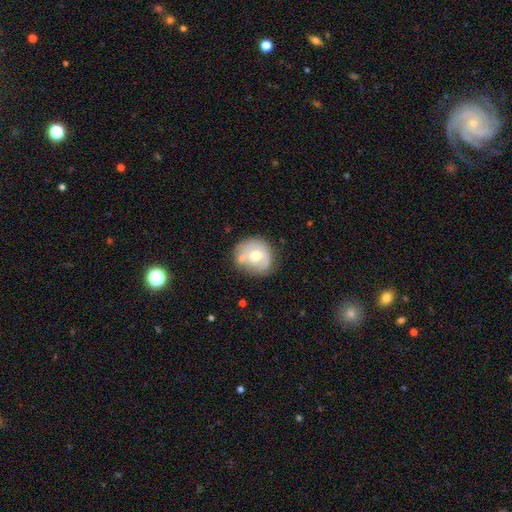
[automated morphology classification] Smooth or featured? featured or disk (47%)
Merging? none (52%)